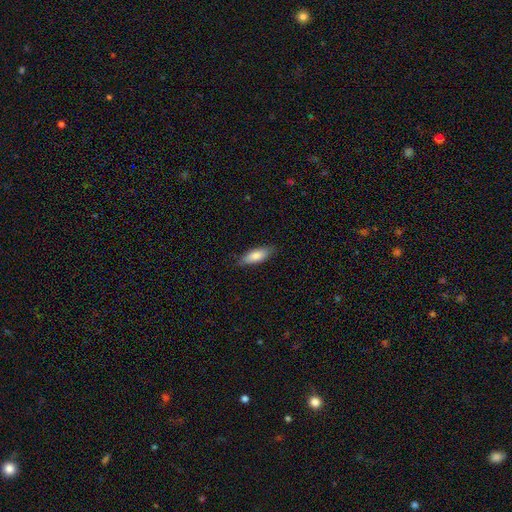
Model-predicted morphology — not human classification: Smooth or featured? Predicted: smooth (p=0.83). How rounded? Predicted: in between (p=0.67). Merging? Predicted: none (p=0.81).